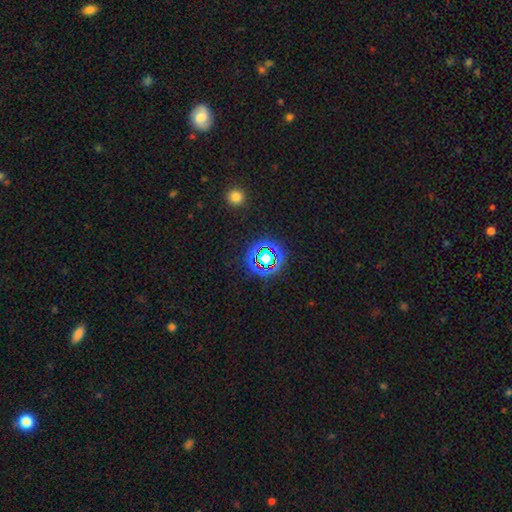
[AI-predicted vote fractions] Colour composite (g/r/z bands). It shows a star or artifact, not a galaxy (64%).